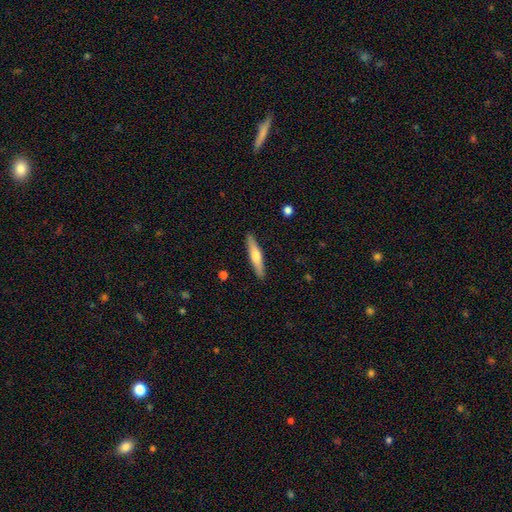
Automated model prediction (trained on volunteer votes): smooth_or_featured: smooth (p=0.51) [alt: featured or disk p=0.43]
how_rounded: cigar-shaped (p=0.86) [alt: in between p=0.12]
merging: none (p=0.90) [alt: minor disturbance p=0.07]